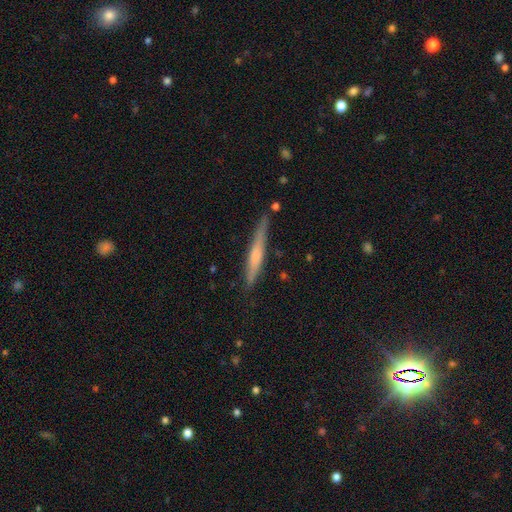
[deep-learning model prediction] This appears to be a smooth galaxy with no disk features (47%, tied with featured or disk). Merging: none (80%).